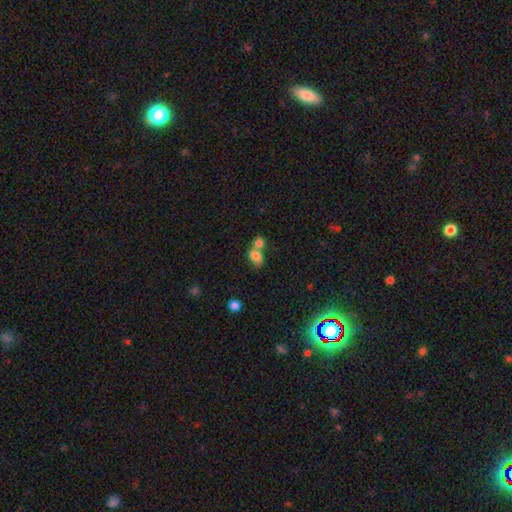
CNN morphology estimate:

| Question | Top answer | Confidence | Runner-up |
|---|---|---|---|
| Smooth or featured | smooth | 77% | featured or disk (12%) |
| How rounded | in between | 70% | round (28%) |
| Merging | merger | 64% | none (24%) |